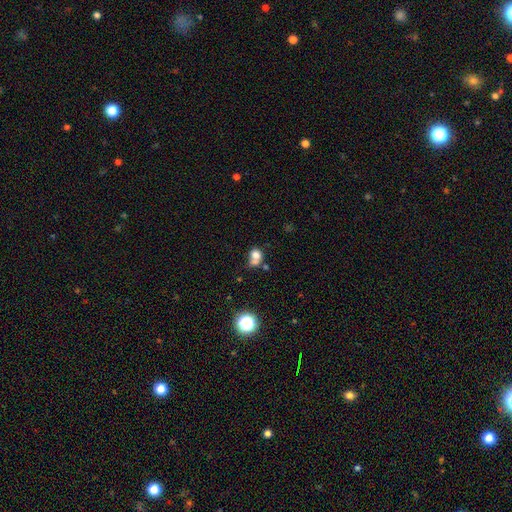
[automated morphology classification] This appears to be a smooth galaxy with no disk features (72%) that is round (66%). Merging: merger (50%).